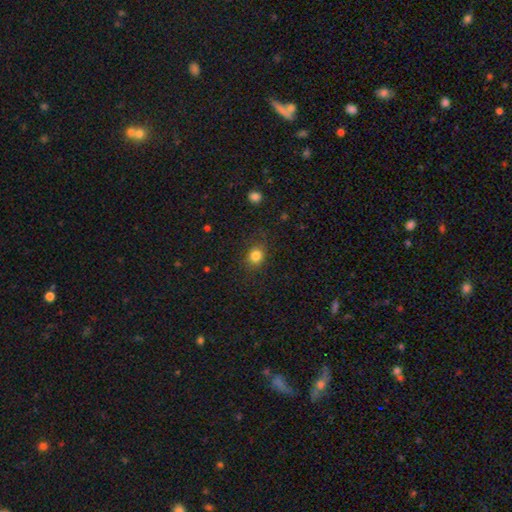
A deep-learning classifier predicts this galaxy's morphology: Smooth or featured? Predicted: smooth (p=0.83). How rounded? Predicted: round (p=0.69). Merging? Predicted: none (p=0.83).